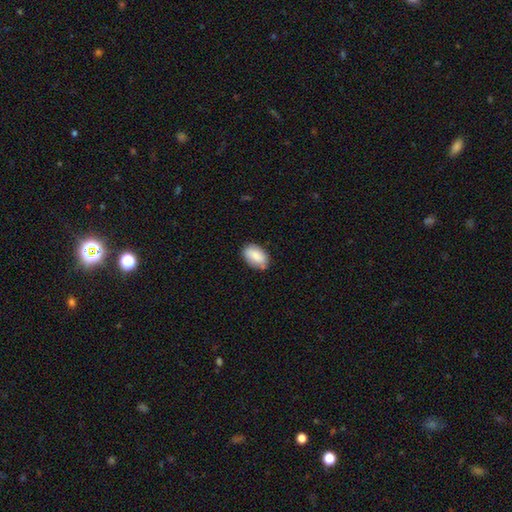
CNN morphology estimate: This appears to be a smooth galaxy with no disk features (85%) that is in between round and cigar-shaped (92%). Merging: none (77%).